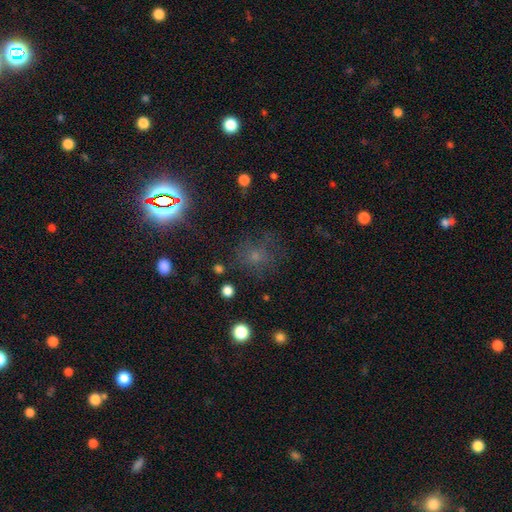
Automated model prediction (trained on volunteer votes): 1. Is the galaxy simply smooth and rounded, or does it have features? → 47% smooth, 38% star or artifact, 16% featured or disk.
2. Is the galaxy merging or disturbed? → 68% none, 17% minor disturbance, 12% major disturbance, 3% merger.